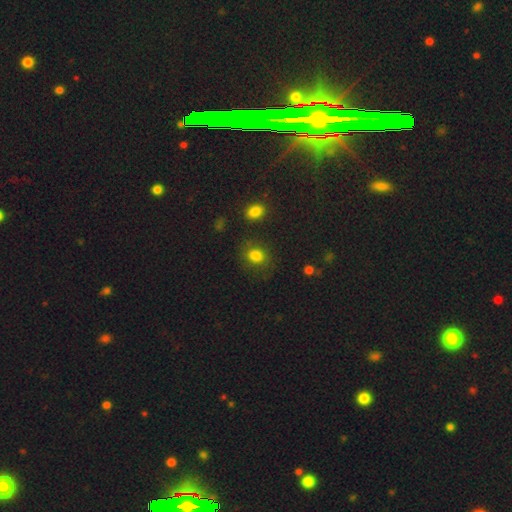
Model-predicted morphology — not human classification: The model was most divided on "how rounded": round: 59%, in between: 40%, cigar-shaped: 1%. More confident: smooth or featured — smooth (82%); merging — none (80%).